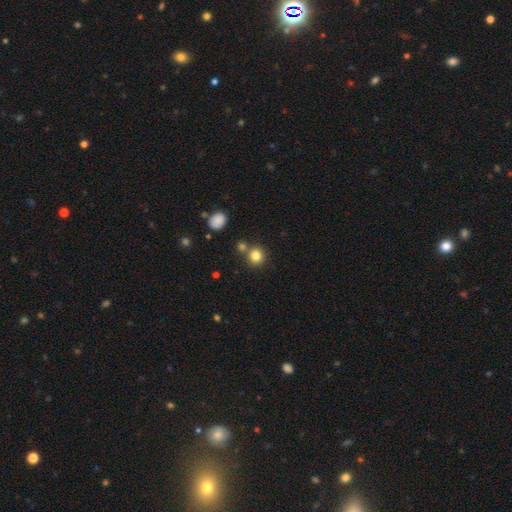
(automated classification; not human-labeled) Smooth or featured?
  - smooth: 81% *
  - star or artifact: 12%
  - featured or disk: 6%
How rounded?
  - round: 89% *
  - in between: 10%
  - cigar-shaped: 1%
Merging?
  - none: 73% *
  - merger: 16%
  - minor disturbance: 8%
  - major disturbance: 3%